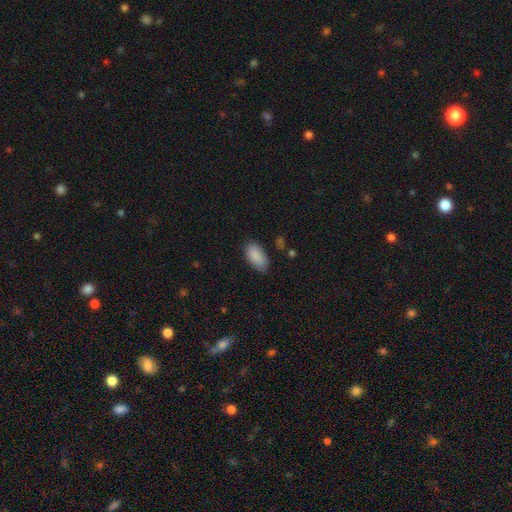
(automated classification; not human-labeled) Overall: smooth (89%). How rounded: in between (93%). Merging: none (77%).